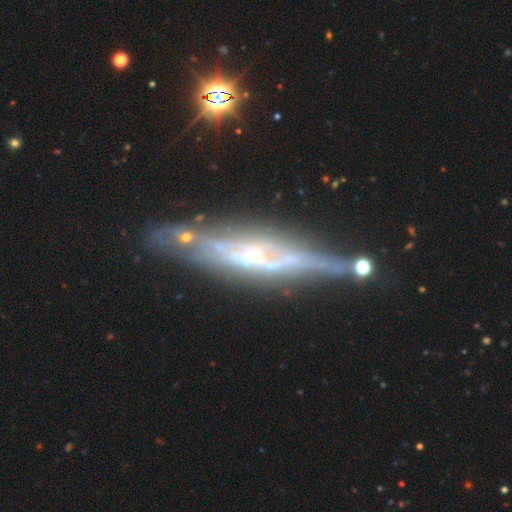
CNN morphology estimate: This appears to be a featured or disk galaxy (79%) viewed edge-on (91%) with a rounded central bulge (39%). Merging: none (75%).